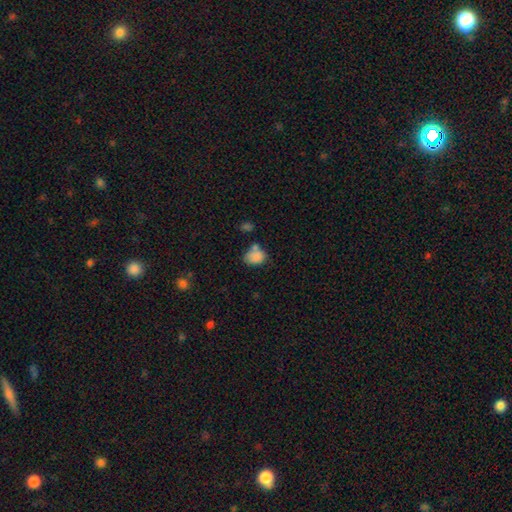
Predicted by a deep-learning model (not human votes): Morphology: type=smooth (84%); roundness=in between (62%); merging=none (54%).